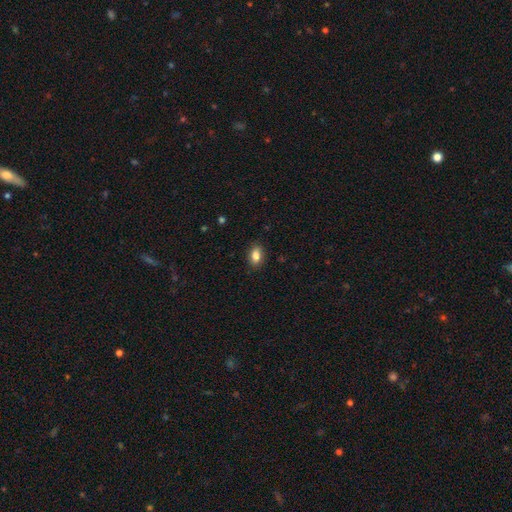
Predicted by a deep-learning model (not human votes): Overall: smooth (86%). How rounded: in between (87%). Merging: none (87%).